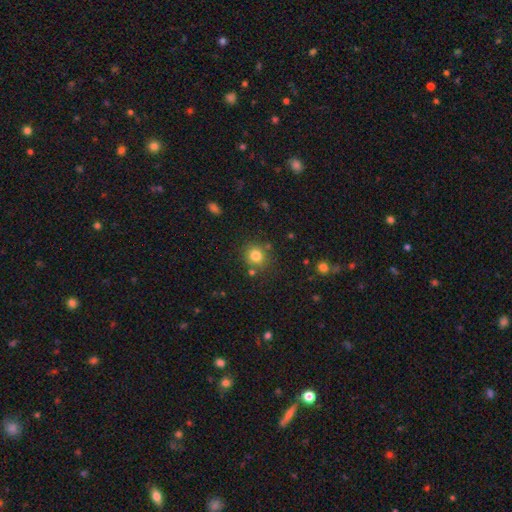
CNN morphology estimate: A smooth galaxy with no disk features (80%) that is round (84%).

Vote fractions:
- Smooth or featured? smooth: 80% / star or artifact: 13% / featured or disk: 7%
- How rounded? round: 84% / in between: 15% / cigar-shaped: 1%
- Merging? none: 80% / minor disturbance: 10% / merger: 7% / major disturbance: 3%